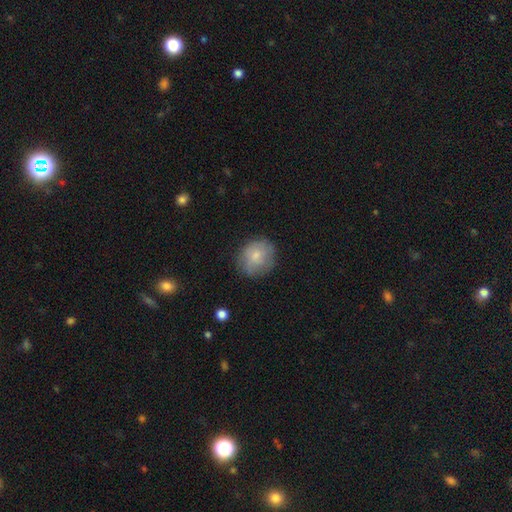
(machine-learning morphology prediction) type=smooth (72%); roundness=round (78%); merging=none (74%).